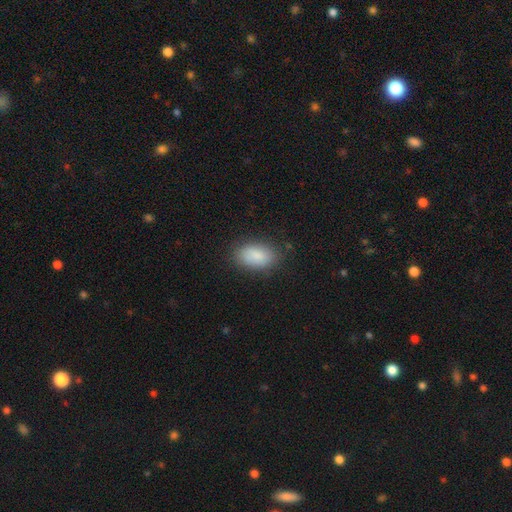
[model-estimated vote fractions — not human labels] This appears to be a smooth galaxy with no disk features (87%) that is in between round and cigar-shaped (92%). Merging: none (81%).